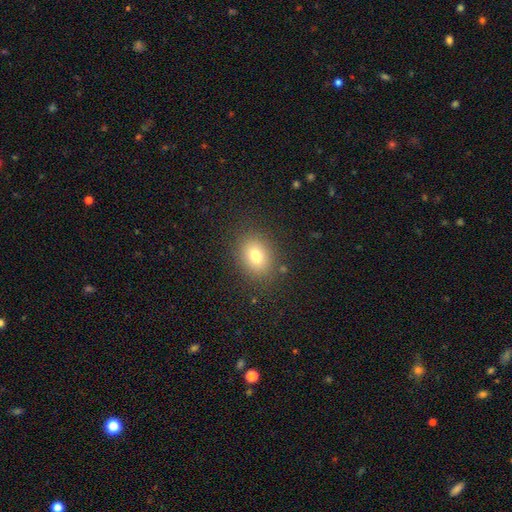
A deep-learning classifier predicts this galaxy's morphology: This appears to be a smooth galaxy with no disk features (77%) that is in between round and cigar-shaped (53%). Merging: none (84%).